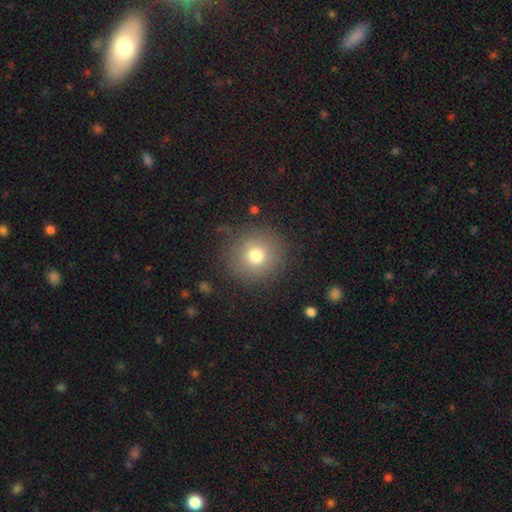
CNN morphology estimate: type=smooth (74%); roundness=round (92%); merging=none (83%).